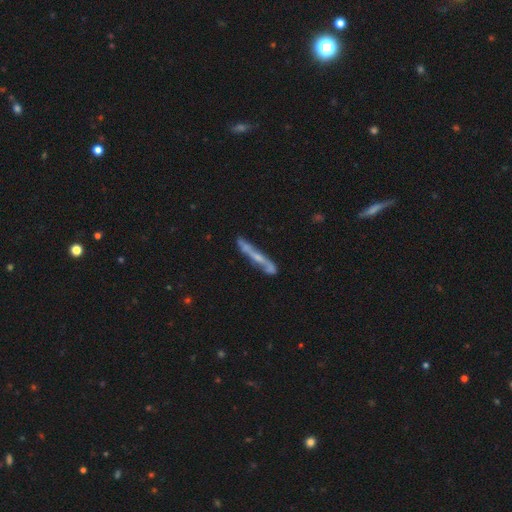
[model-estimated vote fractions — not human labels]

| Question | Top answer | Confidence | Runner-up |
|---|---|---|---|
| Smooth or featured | featured or disk | 67% | smooth (27%) |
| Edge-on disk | yes | 66% | no (34%) |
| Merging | none | 65% | minor disturbance (21%) |